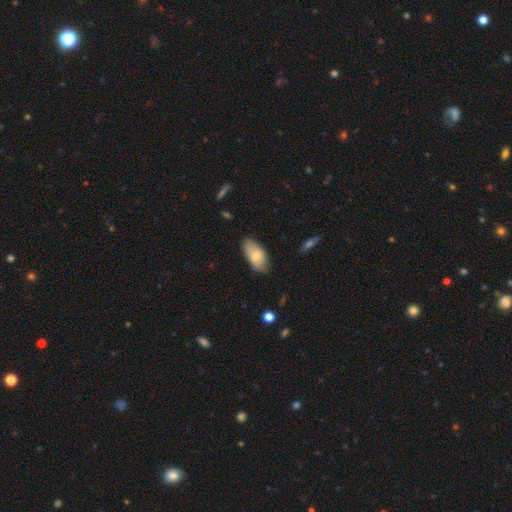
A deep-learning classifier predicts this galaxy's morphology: Q: Smooth or featured?
A: smooth (76%); runner-up: featured or disk (18%)
Q: How rounded?
A: in between (93%); runner-up: cigar-shaped (5%)
Q: Merging?
A: none (72%); runner-up: minor disturbance (23%)